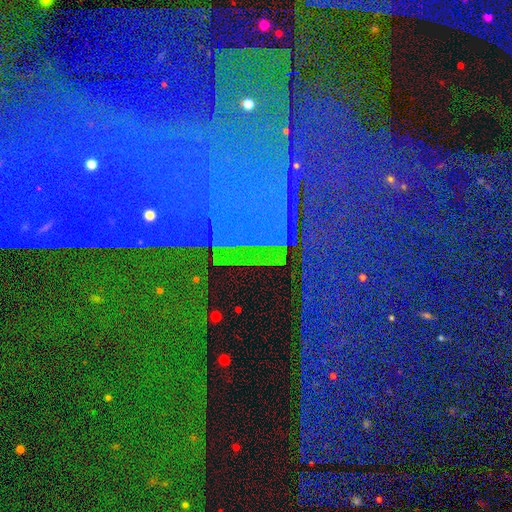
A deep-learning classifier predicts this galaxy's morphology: type=star or artifact (86%).